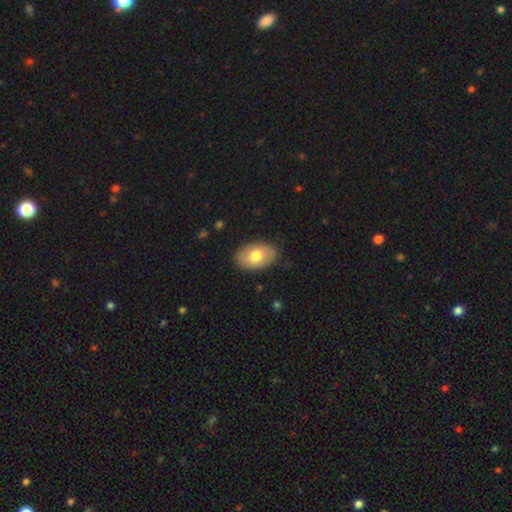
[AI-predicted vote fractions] Smooth or featured? smooth (74%)
How rounded? in between (90%)
Merging? none (86%)